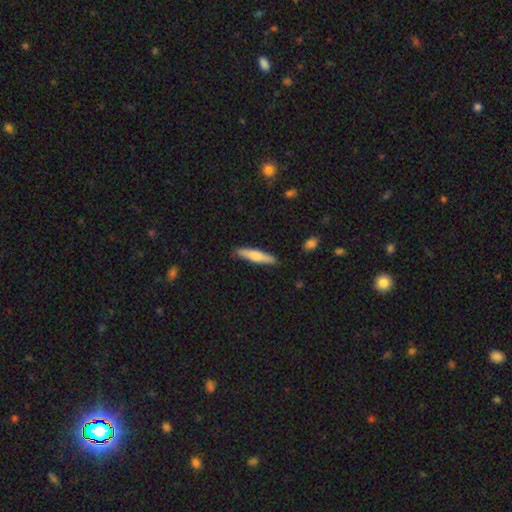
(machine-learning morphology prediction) Smooth or featured: smooth — 57% (featured or disk — 37%)
How rounded: cigar-shaped — 86% (in between — 12%)
Merging: none — 89% (minor disturbance — 8%)